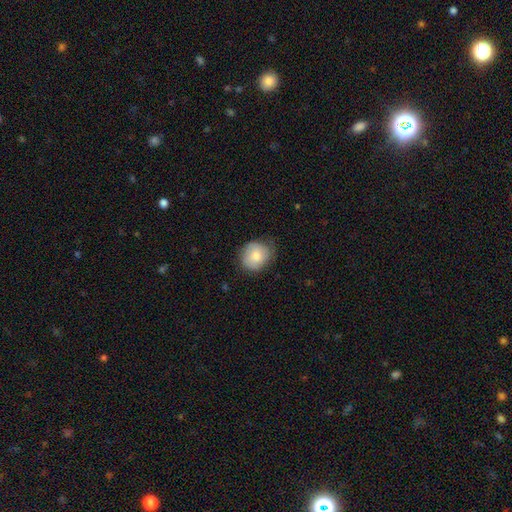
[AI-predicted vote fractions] smooth 78%, featured or disk 15%, star or artifact 7%. Down the decision tree: how rounded — round (69%); merging — none (69%).